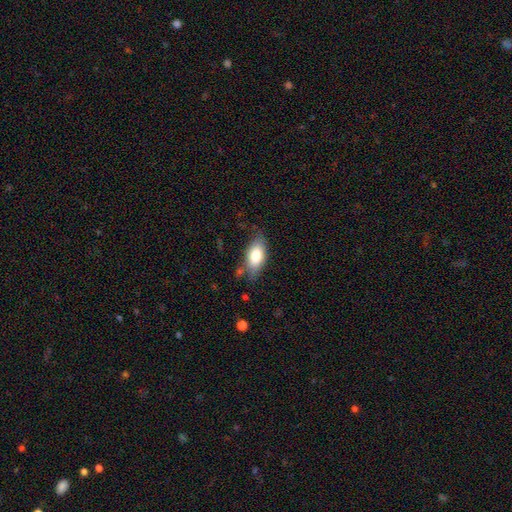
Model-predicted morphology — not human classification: smooth 78%, featured or disk 15%, star or artifact 7%. Down the decision tree: how rounded — in between (87%); merging — none (71%).